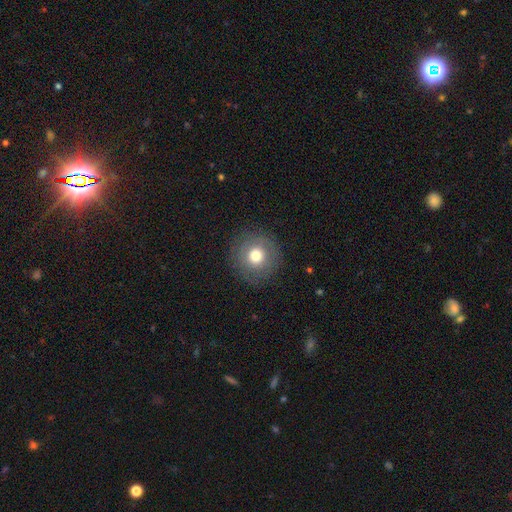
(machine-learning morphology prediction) Smooth or featured: smooth — 74% (featured or disk — 15%)
How rounded: round — 95% (in between — 4%)
Merging: none — 88% (minor disturbance — 7%)